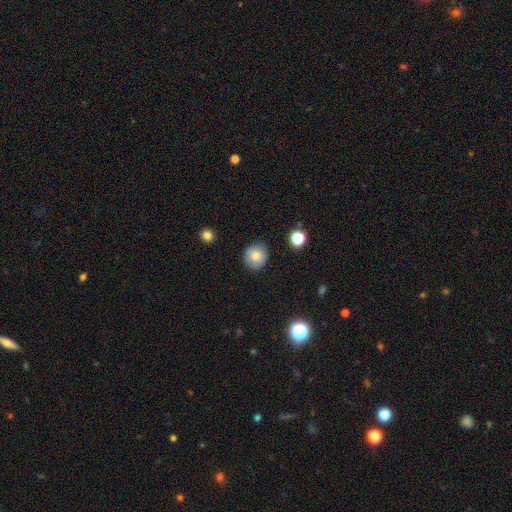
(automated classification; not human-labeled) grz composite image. It shows a smooth galaxy with no disk features (78%) that is round (88%). Merging: none (85%).